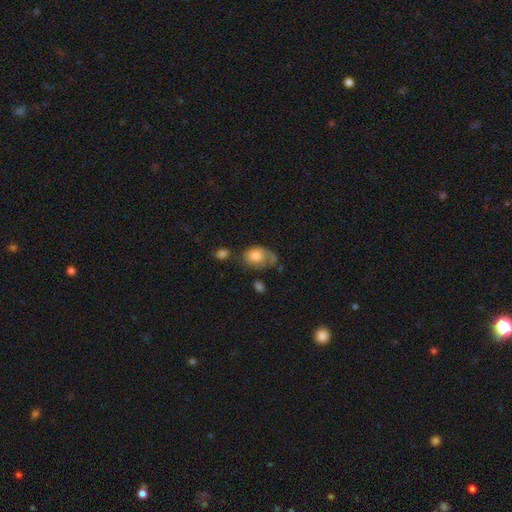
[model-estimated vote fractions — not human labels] smooth_or_featured: smooth (p=0.69) [alt: featured or disk p=0.23]
how_rounded: in between (p=0.72) [alt: round p=0.27]
merging: none (p=0.34) [alt: minor disturbance p=0.29]